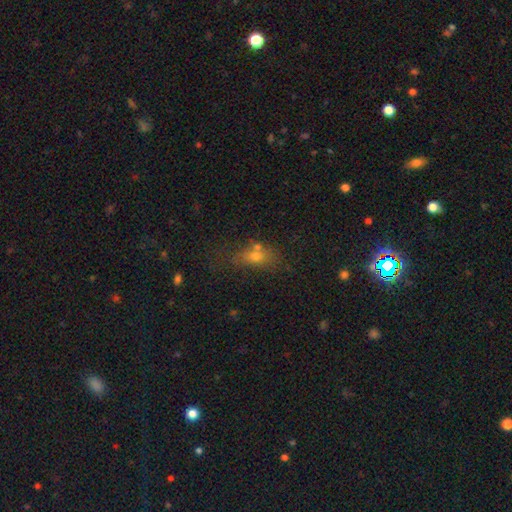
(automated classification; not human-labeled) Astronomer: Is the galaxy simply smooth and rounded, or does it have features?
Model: smooth — 64%.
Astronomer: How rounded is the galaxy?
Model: in between — 67%.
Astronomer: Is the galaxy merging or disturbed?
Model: none — 46% (runner-up: merger, 22%).